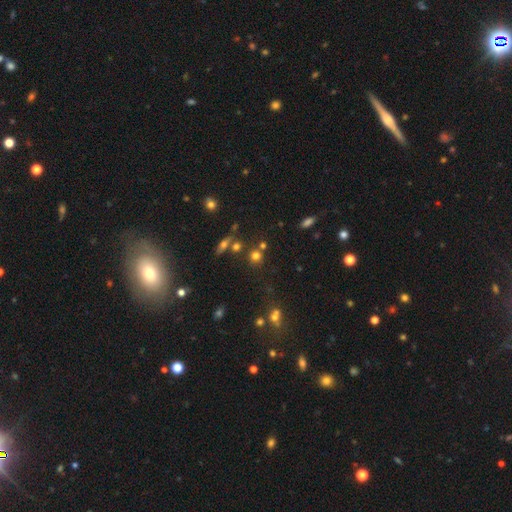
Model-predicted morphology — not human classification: Smooth or featured?
  - smooth: 69% *
  - star or artifact: 21%
  - featured or disk: 11%
How rounded?
  - round: 88% *
  - in between: 10%
  - cigar-shaped: 2%
Merging?
  - none: 68% *
  - merger: 19%
  - minor disturbance: 9%
  - major disturbance: 4%